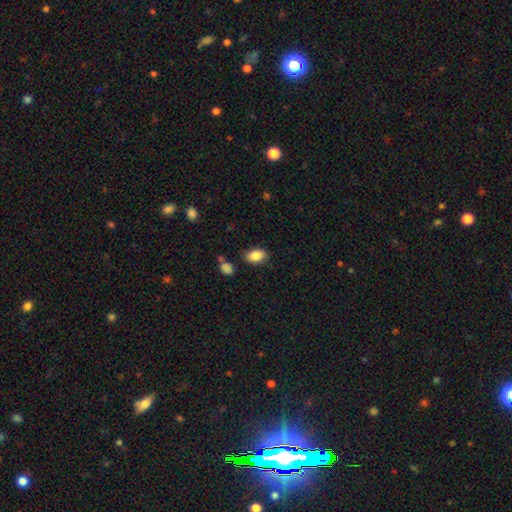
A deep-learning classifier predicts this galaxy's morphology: This appears to be a smooth galaxy with no disk features (86%) that is in between round and cigar-shaped (88%). Merging: none (80%).